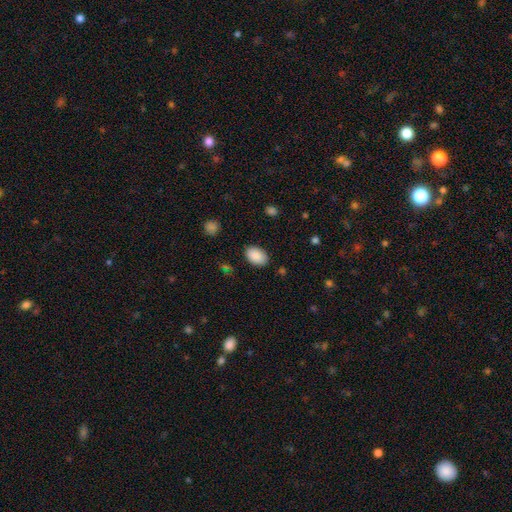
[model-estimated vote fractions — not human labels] Overall: smooth (90%). How rounded: in between (89%). Merging: none (87%).